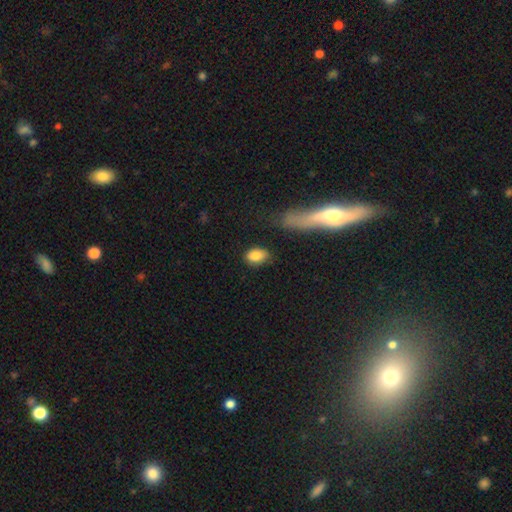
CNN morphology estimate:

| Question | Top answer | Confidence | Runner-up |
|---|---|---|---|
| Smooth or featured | smooth | 84% | star or artifact (8%) |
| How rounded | in between | 80% | round (18%) |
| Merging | none | 75% | minor disturbance (17%) |